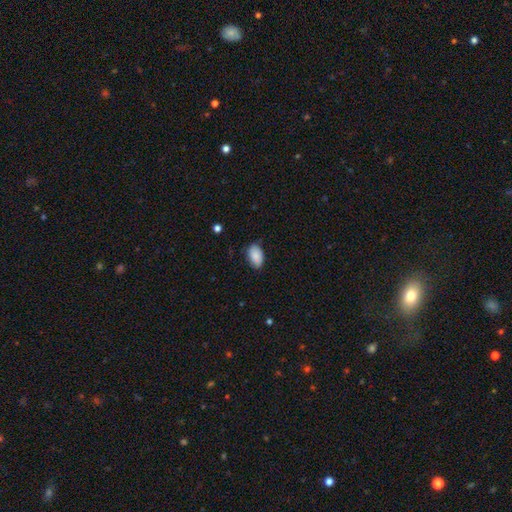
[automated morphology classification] Smooth or featured?
  - smooth: 87% *
  - star or artifact: 7%
  - featured or disk: 6%
How rounded?
  - in between: 93% *
  - round: 6%
  - cigar-shaped: 1%
Merging?
  - none: 77% *
  - minor disturbance: 18%
  - major disturbance: 3%
  - merger: 1%